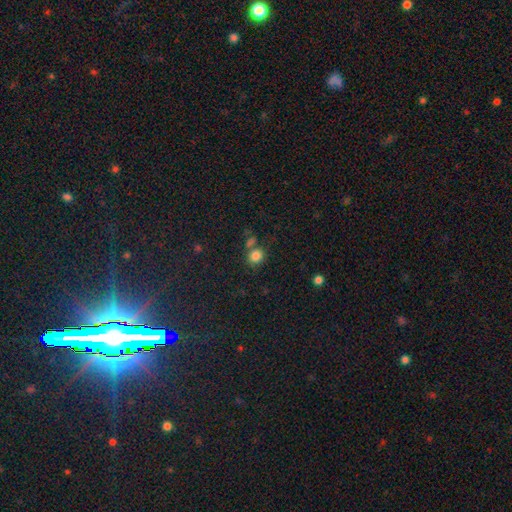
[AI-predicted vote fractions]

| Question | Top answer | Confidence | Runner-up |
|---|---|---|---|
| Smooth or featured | smooth | 82% | star or artifact (12%) |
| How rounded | round | 73% | in between (26%) |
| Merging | none | 67% | merger (17%) |